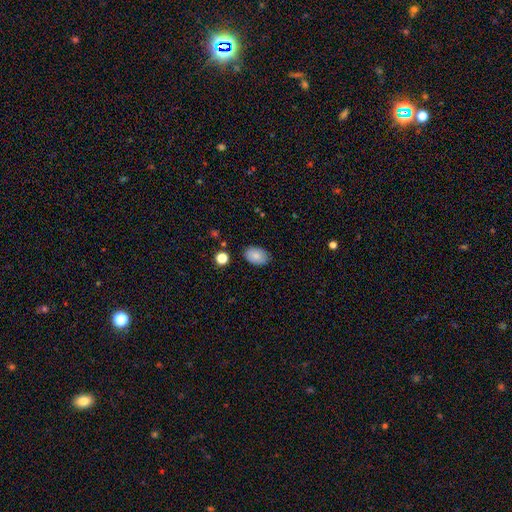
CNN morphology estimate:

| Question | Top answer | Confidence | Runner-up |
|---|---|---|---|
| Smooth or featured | smooth | 85% | star or artifact (8%) |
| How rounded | in between | 87% | round (12%) |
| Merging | none | 85% | minor disturbance (11%) |